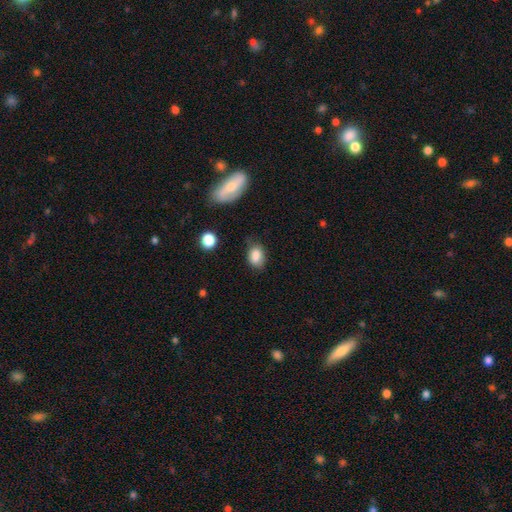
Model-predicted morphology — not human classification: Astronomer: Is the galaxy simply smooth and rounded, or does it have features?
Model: smooth — 83%.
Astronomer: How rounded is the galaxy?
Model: in between — 81%.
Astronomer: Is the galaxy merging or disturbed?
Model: none — 67%.